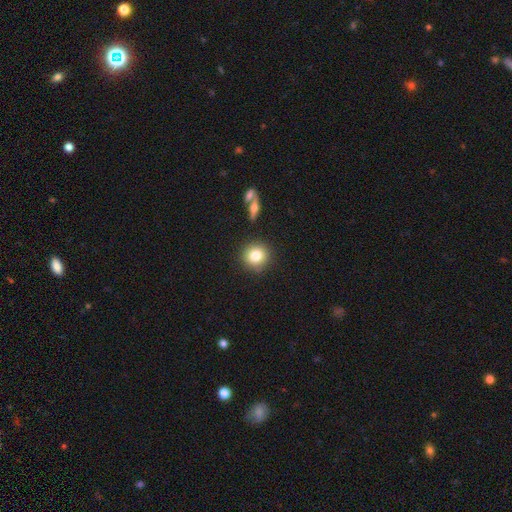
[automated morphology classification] Overall: smooth (81%). How rounded: round (91%). Merging: none (87%).